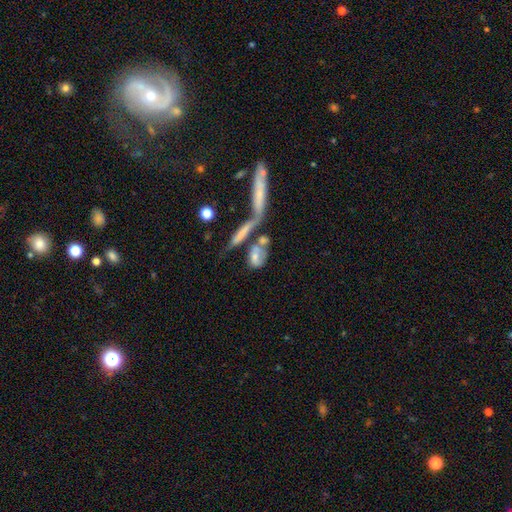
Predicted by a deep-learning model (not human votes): This is likely a smooth galaxy (61%). How rounded: likely in between (61%). Merging: possibly merger (46%).